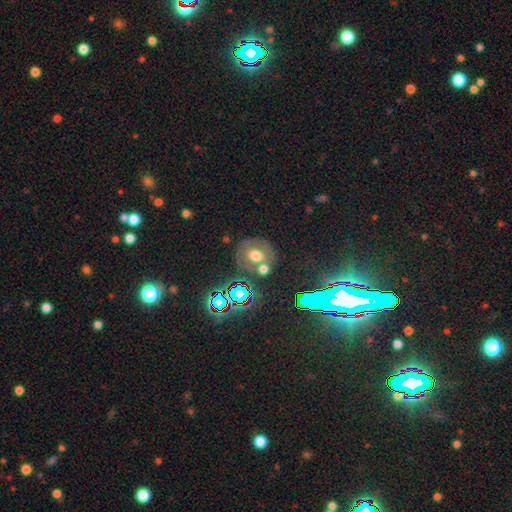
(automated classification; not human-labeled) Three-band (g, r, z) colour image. It shows a smooth galaxy with no disk features (47%). Merging: none (61%).